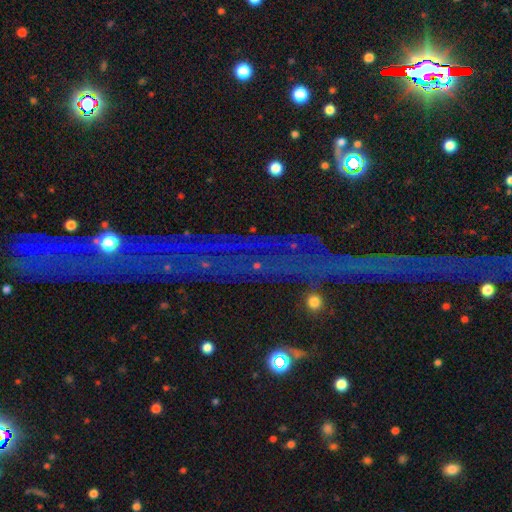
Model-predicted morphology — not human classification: smooth_or_featured: star or artifact (p=0.74) [alt: featured or disk p=0.14]